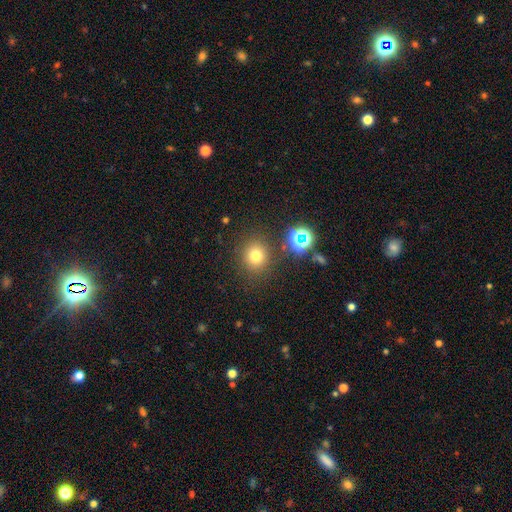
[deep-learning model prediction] Smooth or featured: smooth — 71% (star or artifact — 21%)
How rounded: round — 87% (in between — 12%)
Merging: none — 83% (minor disturbance — 8%)